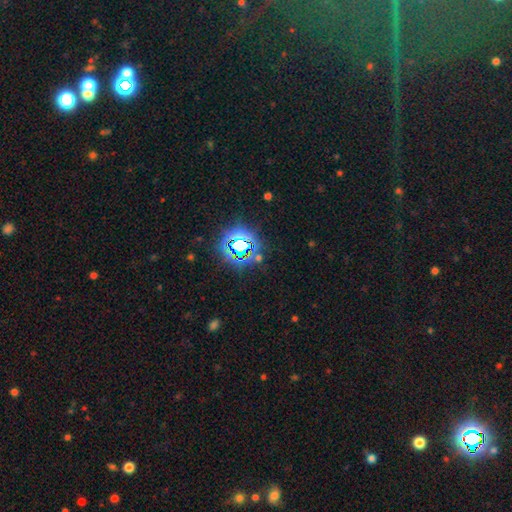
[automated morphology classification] smooth-or-featured: star or artifact: 78% | smooth: 14% | featured or disk: 8%